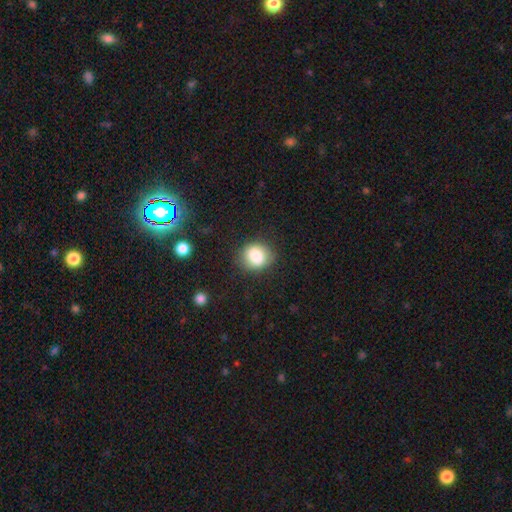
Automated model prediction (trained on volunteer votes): smooth-or-featured: smooth: 81% | featured or disk: 10% | star or artifact: 9%
  how-rounded: round: 74% | in between: 25% | cigar-shaped: 1%
  merging: none: 80% | minor disturbance: 14% | major disturbance: 4% | merger: 1%